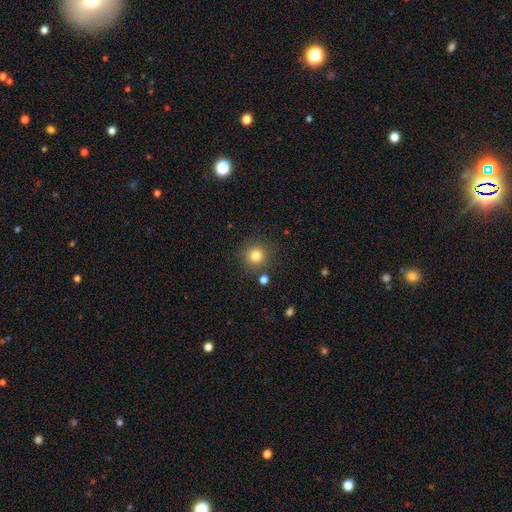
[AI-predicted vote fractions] smooth-or-featured: smooth: 81% | star or artifact: 12% | featured or disk: 7%
  how-rounded: round: 94% | in between: 6% | cigar-shaped: 1%
  merging: none: 85% | minor disturbance: 8% | merger: 4% | major disturbance: 3%